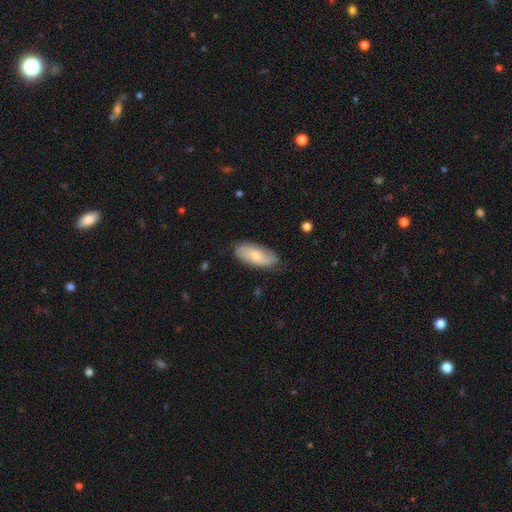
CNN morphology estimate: type=smooth (57%); roundness=in between (85%); merging=none (81%).